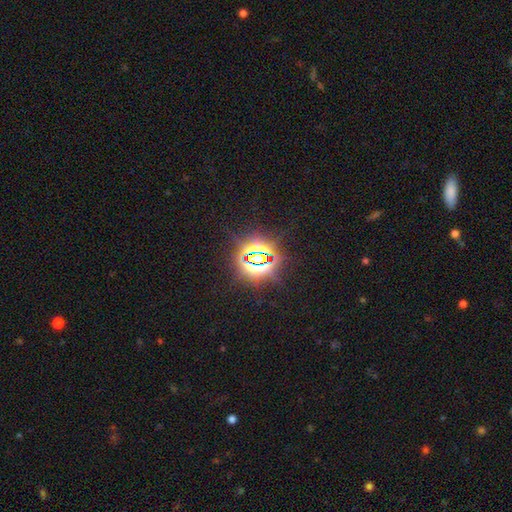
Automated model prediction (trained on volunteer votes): Smooth or featured? star or artifact (83%)